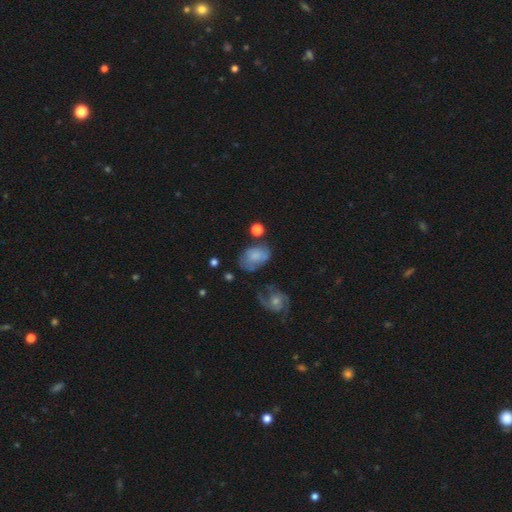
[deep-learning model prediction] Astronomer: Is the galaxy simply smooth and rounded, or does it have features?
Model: smooth — 59%.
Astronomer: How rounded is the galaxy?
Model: in between — 78%.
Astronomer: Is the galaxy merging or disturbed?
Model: none — 49% (runner-up: minor disturbance, 27%).